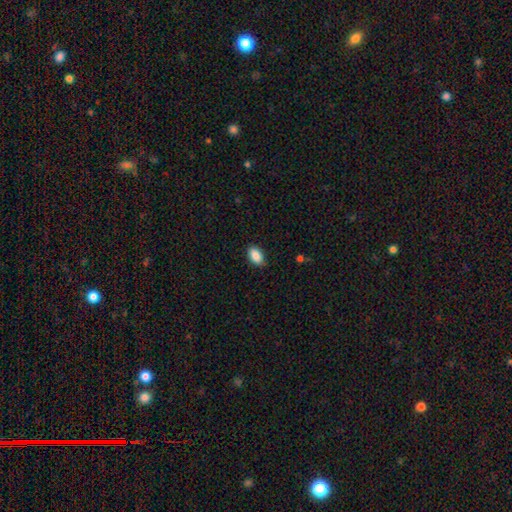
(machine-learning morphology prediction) smooth_or_featured: smooth (p=0.89) [alt: star or artifact p=0.07]
how_rounded: in between (p=0.92) [alt: round p=0.06]
merging: none (p=0.87) [alt: minor disturbance p=0.10]